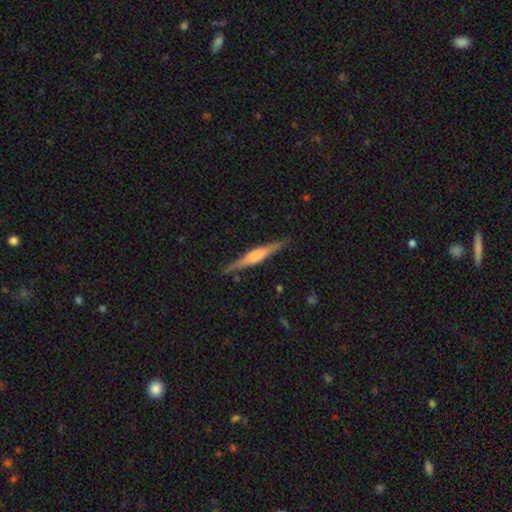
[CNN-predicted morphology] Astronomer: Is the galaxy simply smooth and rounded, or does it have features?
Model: featured or disk — 66%.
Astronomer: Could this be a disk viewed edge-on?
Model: yes — 97%.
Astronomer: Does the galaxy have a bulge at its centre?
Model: rounded — 60%.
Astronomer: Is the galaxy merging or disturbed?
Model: none — 87%.